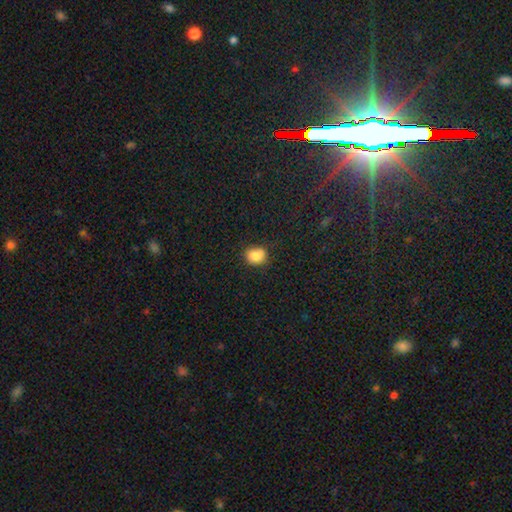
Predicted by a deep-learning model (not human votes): This is clearly a smooth galaxy (84%). How rounded: possibly round (59%). Merging: likely none (71%).